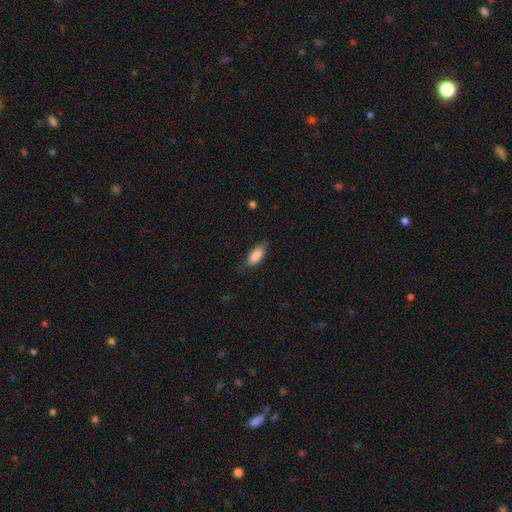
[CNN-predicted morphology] smooth-or-featured: smooth: 86% | featured or disk: 8% | star or artifact: 6%
  how-rounded: in between: 84% | cigar-shaped: 14% | round: 2%
  merging: none: 73% | minor disturbance: 21% | major disturbance: 4% | merger: 1%